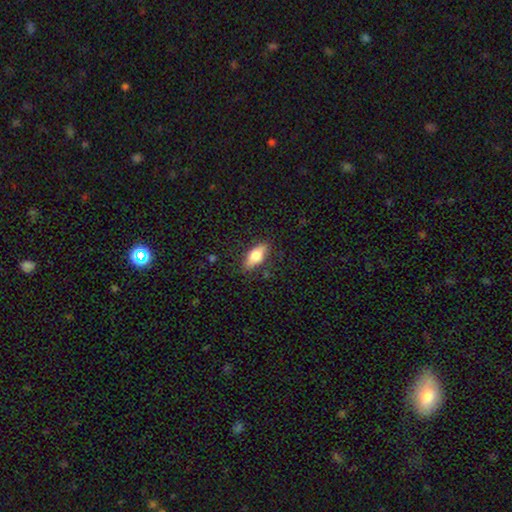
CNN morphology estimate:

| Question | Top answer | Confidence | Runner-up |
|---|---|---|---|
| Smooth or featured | smooth | 67% | featured or disk (26%) |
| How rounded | in between | 75% | cigar-shaped (21%) |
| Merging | none | 83% | minor disturbance (13%) |